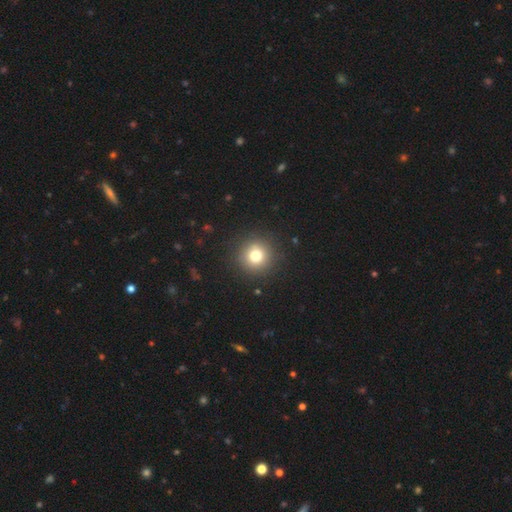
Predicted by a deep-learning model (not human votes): smooth_or_featured: smooth (p=0.76) [alt: star or artifact p=0.14]
how_rounded: round (p=0.95) [alt: in between p=0.04]
merging: none (p=0.90) [alt: minor disturbance p=0.06]